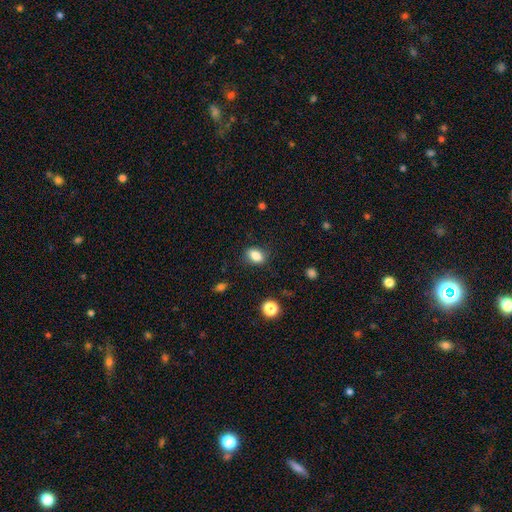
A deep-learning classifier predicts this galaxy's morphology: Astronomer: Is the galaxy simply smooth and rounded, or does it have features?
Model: smooth — 84%.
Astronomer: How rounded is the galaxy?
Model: in between — 81%.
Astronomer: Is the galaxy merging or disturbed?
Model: none — 81%.